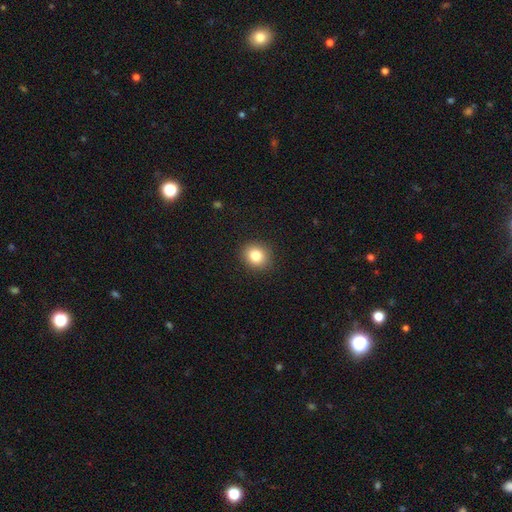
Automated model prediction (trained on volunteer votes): Smooth or featured? Predicted: smooth (p=0.82). How rounded? Predicted: round (p=0.77). Merging? Predicted: none (p=0.90).